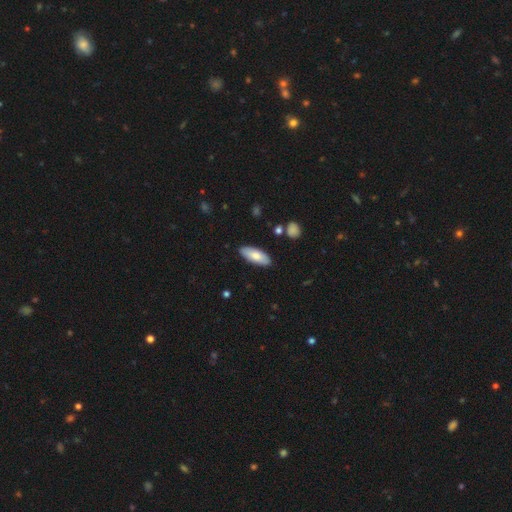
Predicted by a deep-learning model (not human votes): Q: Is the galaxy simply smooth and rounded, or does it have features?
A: smooth — 78%.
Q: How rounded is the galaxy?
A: in between — 79%.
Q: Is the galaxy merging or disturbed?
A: none — 87%.